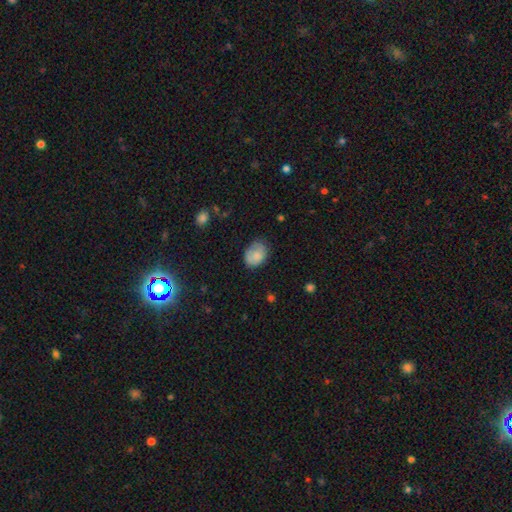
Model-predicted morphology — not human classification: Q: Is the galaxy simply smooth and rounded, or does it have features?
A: smooth — 78%.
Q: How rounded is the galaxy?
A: in between — 74%.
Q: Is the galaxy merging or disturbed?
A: none — 62%.